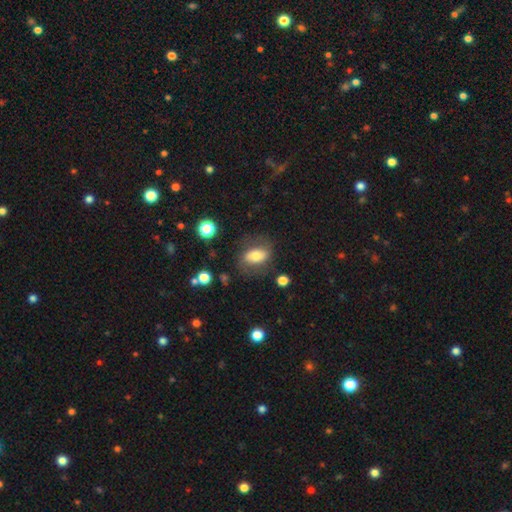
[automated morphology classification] The model was most divided on "smooth or featured": smooth: 63%, featured or disk: 28%, star or artifact: 9%. More confident: how rounded — in between (81%); merging — none (68%).